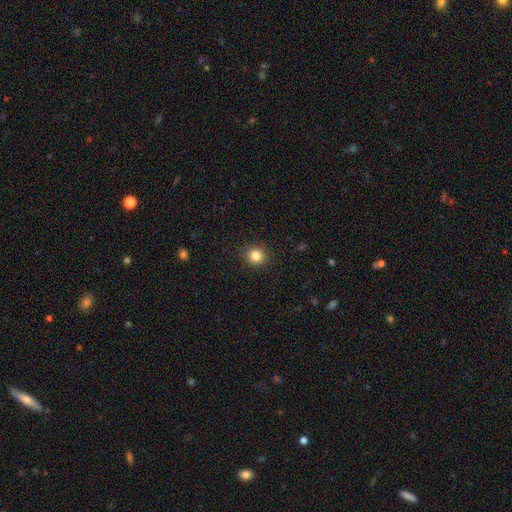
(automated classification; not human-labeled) A smooth galaxy with no disk features (84%) that is round (90%). Merging: none (91%).